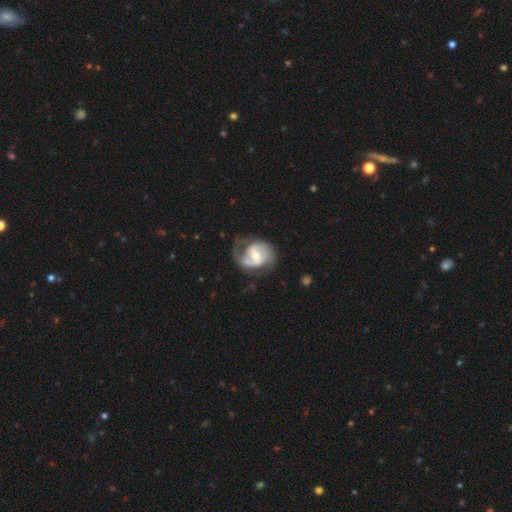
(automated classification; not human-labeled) Overall: featured or disk (81%). Edge-on disk: no (97%). Bar: weak (44%; no 31%). Spiral arms: yes (90%). Spiral arm count: 2 (70%). Spiral winding: medium (44%; tight 33%). Bulge size: moderate (65%; small 29%). Merging: none (53%; minor disturbance 23%).